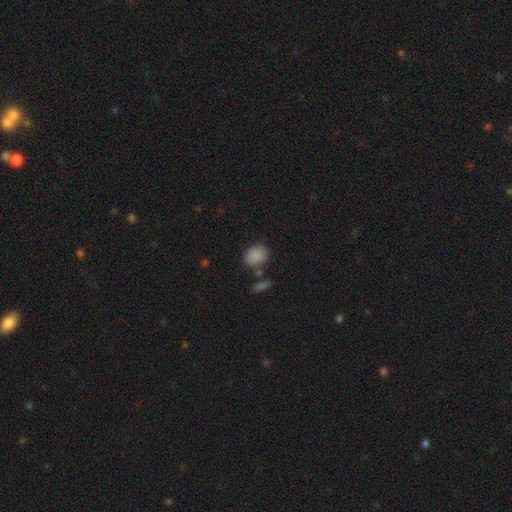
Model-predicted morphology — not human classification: The model was most divided on "how rounded" (2-way tie): round: 49%, in between: 49%, cigar-shaped: 1%. More confident: smooth or featured — smooth (87%); merging — none (73%).